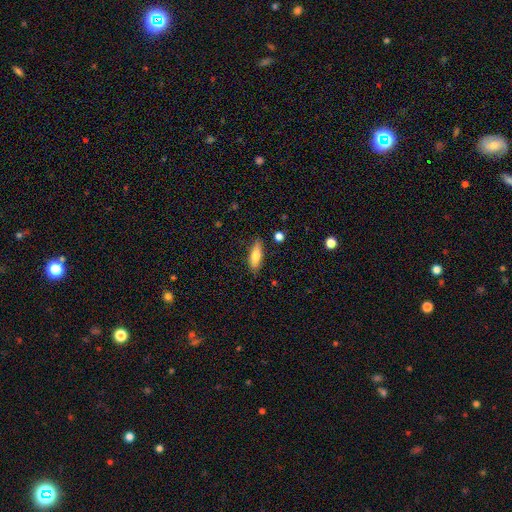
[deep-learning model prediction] Smooth or featured? smooth (70%)
How rounded? cigar-shaped (49%, tied with in between)
Merging? none (82%)